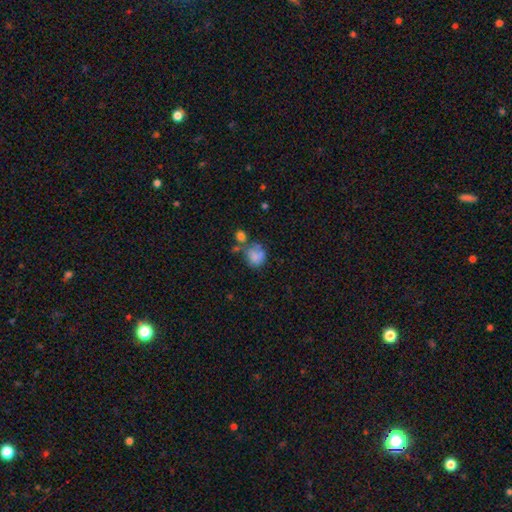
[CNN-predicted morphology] Smooth or featured: smooth — 70% (featured or disk — 19%)
How rounded: round — 60% (in between — 39%)
Merging: none — 33% (merger — 24%)